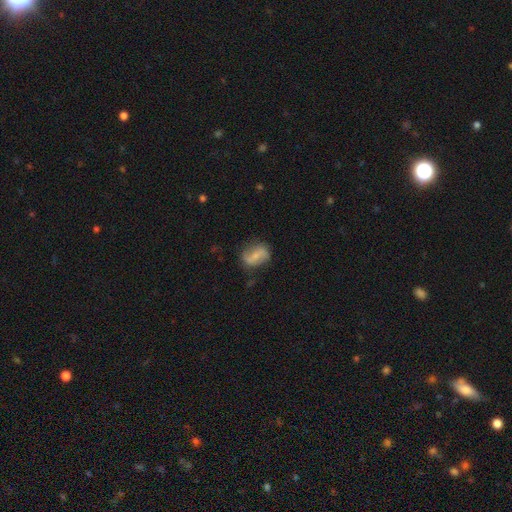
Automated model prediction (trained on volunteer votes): Smooth or featured? Predicted: featured or disk (p=0.53). Edge-on disk? Predicted: no (p=0.96). Bar? Predicted: weak (p=0.39). Spiral arms? Predicted: yes (p=0.80). Bulge size? Predicted: small (p=0.55). Merging? Predicted: none (p=0.70).